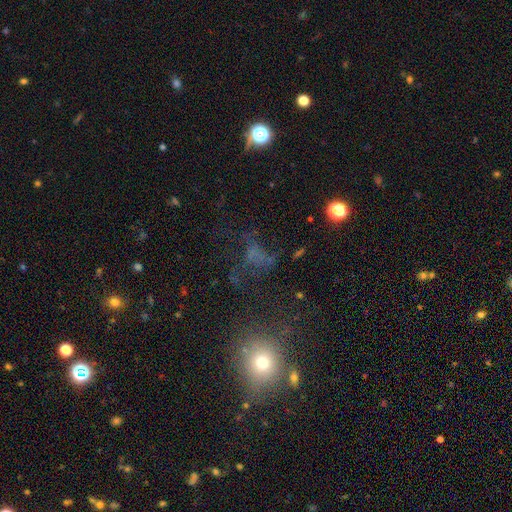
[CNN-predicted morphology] The model was most divided on "smooth or featured": star or artifact: 38%, smooth: 34%, featured or disk: 28%.